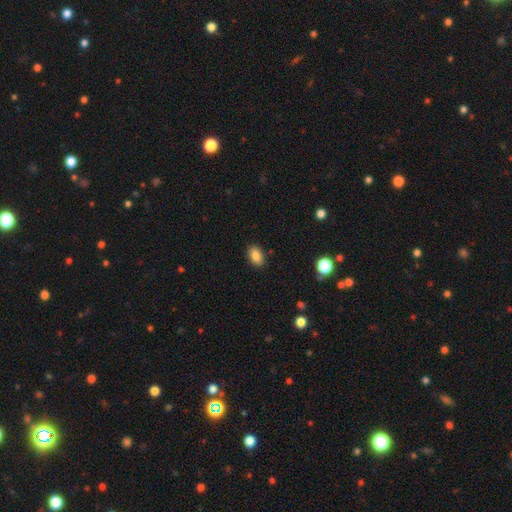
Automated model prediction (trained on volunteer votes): A smooth galaxy with no disk features (85%) that is in between round and cigar-shaped (87%).

Vote fractions:
- Smooth or featured? smooth: 85% / star or artifact: 9% / featured or disk: 6%
- How rounded? in between: 87% / round: 11% / cigar-shaped: 2%
- Merging? none: 88% / minor disturbance: 9% / major disturbance: 2% / merger: 1%